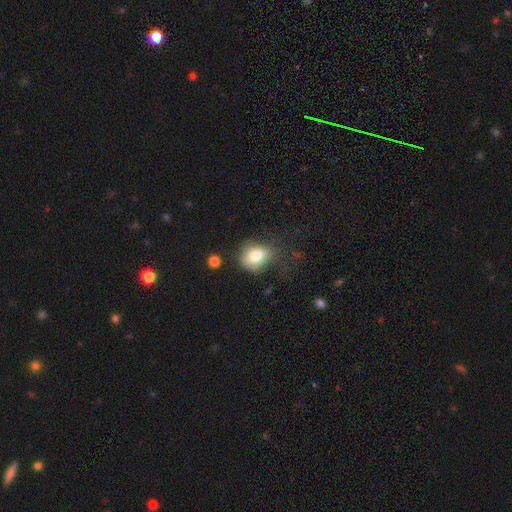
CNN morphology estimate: Smooth or featured? Predicted: smooth (p=0.77). How rounded? Predicted: round (p=0.56). Merging? Predicted: none (p=0.48).